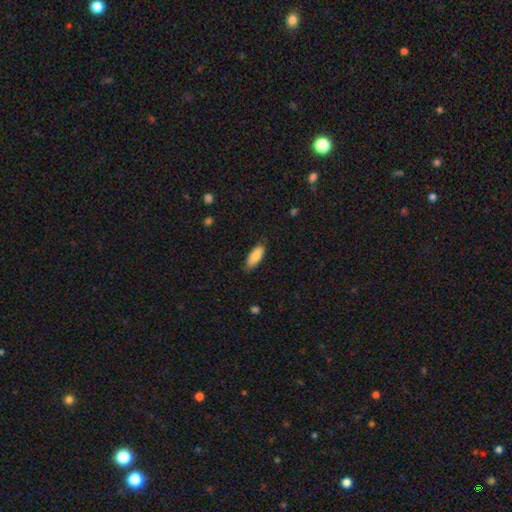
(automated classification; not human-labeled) smooth_or_featured: smooth (p=0.85) [alt: featured or disk p=0.09]
how_rounded: in between (p=0.81) [alt: cigar-shaped p=0.17]
merging: none (p=0.80) [alt: minor disturbance p=0.16]